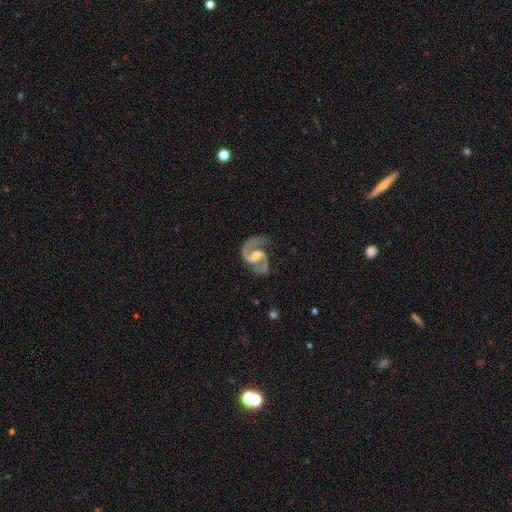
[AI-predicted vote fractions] Smooth or featured? Predicted: featured or disk (p=0.92). Edge-on disk? Predicted: no (p=0.98). Bar? Predicted: weak (p=0.50). Spiral arms? Predicted: yes (p=0.98). Spiral winding? Predicted: medium (p=0.61). Spiral arm count? Predicted: 2 (p=0.93). Bulge size? Predicted: moderate (p=0.59). Merging? Predicted: none (p=0.70).